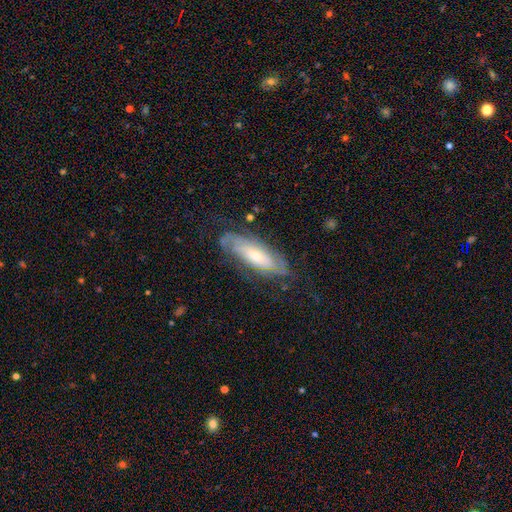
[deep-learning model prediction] A featured or disk galaxy (71%) with no bar (66%), tight (61%) spiral arms (87%) and a small central bulge (46%).

Vote fractions:
- Smooth or featured? featured or disk: 71% / smooth: 23% / star or artifact: 6%
- Edge-on disk? no: 82% / yes: 18%
- Bar? no: 66% / weak: 25% / strong: 9%
- Spiral arms? yes: 87% / no: 13%
- Spiral winding? tight: 61% / medium: 28% / loose: 10%
- Spiral arm count? can't tell: 49% / 2: 34% / 3: 7% / 1: 5% / 4: 3% / more than 4: 3%
- Bulge size? small: 46% / moderate: 42% / large: 7% / none: 3% / dominant: 2%
- Merging? none: 68% / minor disturbance: 20% / major disturbance: 10% / merger: 2%